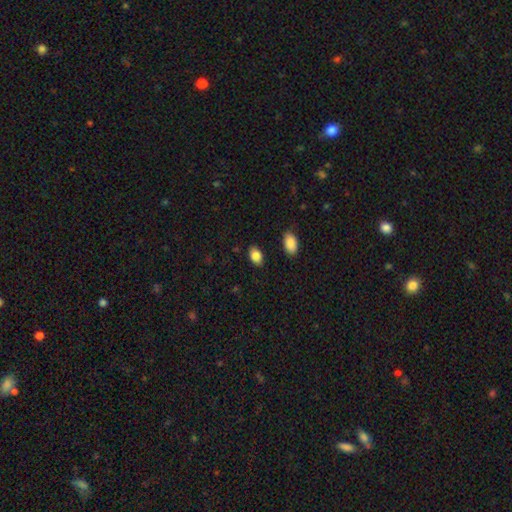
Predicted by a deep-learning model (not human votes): Morphology: type=smooth (85%); roundness=in between (89%); merging=none (85%).